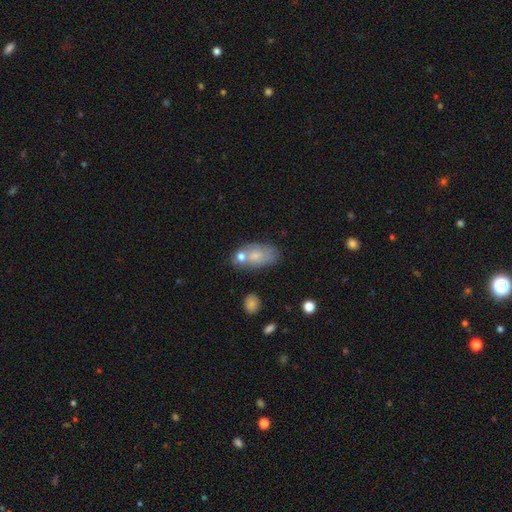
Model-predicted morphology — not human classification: Overall: smooth (64%; featured or disk 27%). How rounded: in between (89%). Merging: none (50%; merger 22%).